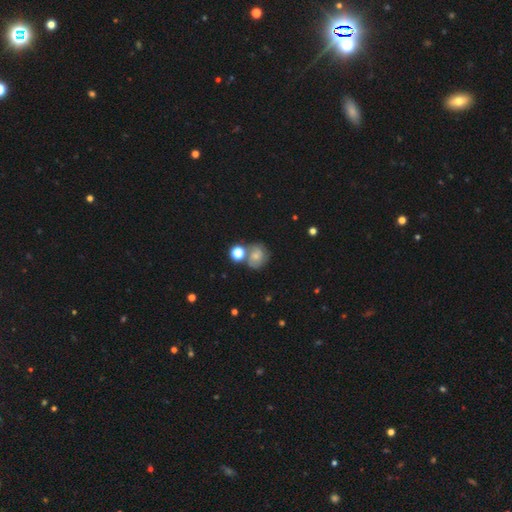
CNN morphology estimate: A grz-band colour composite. It shows a smooth galaxy with no disk features (50%) that is round (75%). Merging: none (55%).